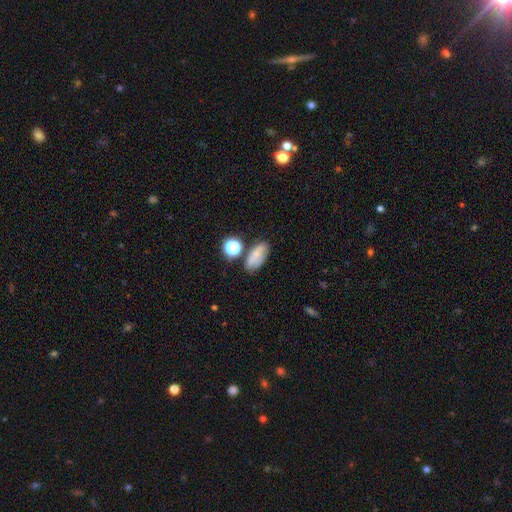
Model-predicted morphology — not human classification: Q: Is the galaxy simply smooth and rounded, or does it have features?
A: smooth — 68%.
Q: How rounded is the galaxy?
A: in between — 79%.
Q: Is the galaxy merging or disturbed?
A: none — 63%.